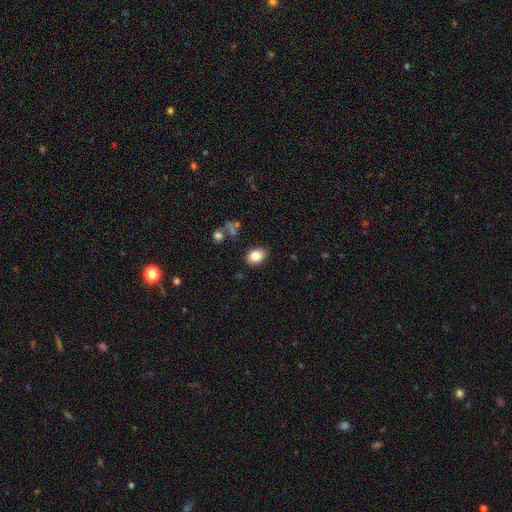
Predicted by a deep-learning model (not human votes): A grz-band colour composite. It shows a smooth galaxy with no disk features (83%) that is in between round and cigar-shaped (72%). Merging: none (84%).